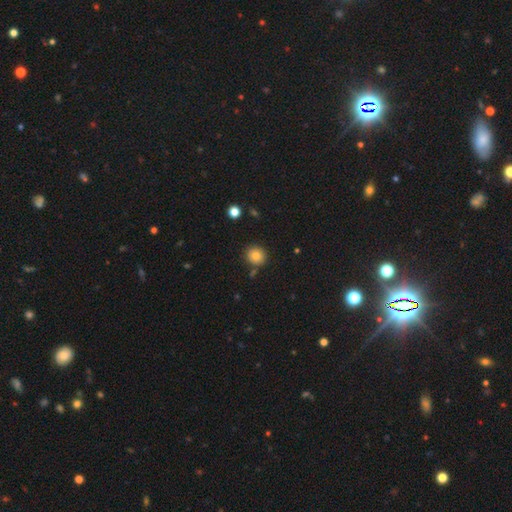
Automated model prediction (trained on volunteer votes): smooth-or-featured: smooth: 82% | star or artifact: 11% | featured or disk: 7%
  how-rounded: round: 89% | in between: 10% | cigar-shaped: 1%
  merging: none: 85% | minor disturbance: 8% | merger: 5% | major disturbance: 2%